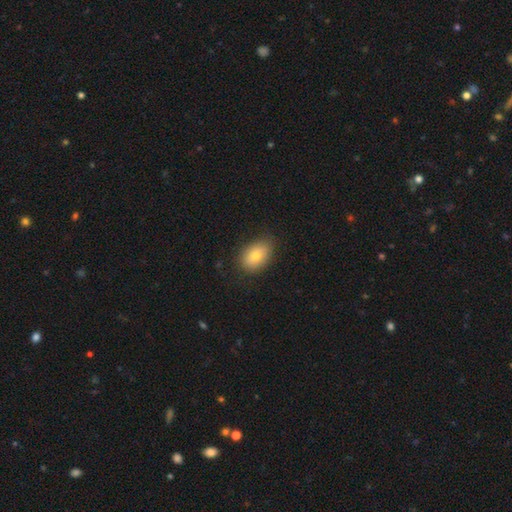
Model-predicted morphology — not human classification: Overall: smooth (80%). How rounded: in between (82%). Merging: none (81%).